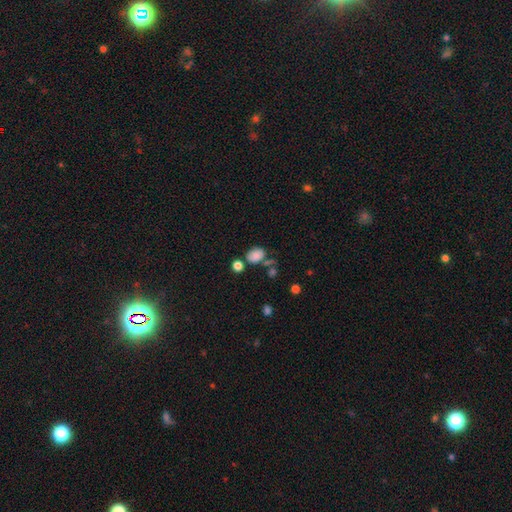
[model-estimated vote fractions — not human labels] Smooth or featured?
  - smooth: 81% *
  - star or artifact: 11%
  - featured or disk: 7%
How rounded?
  - in between: 59% *
  - round: 40%
  - cigar-shaped: 1%
Merging?
  - none: 56% *
  - minor disturbance: 19%
  - merger: 18%
  - major disturbance: 7%